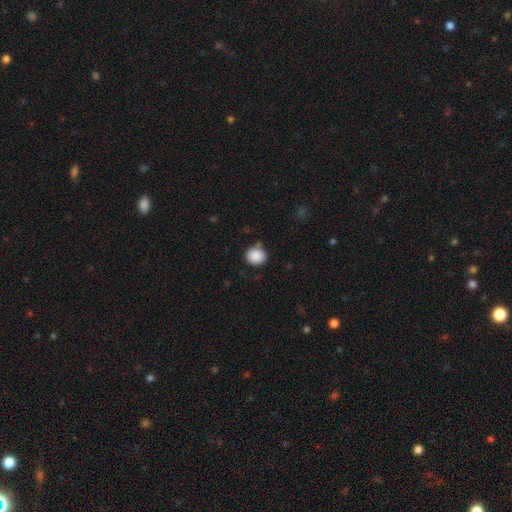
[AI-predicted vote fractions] Smooth or featured? smooth (88%)
How rounded? round (82%)
Merging? none (82%)